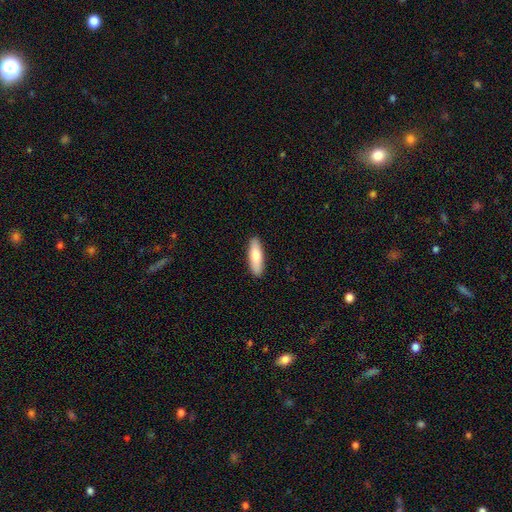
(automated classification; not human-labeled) Q: Smooth or featured?
A: smooth (77%); runner-up: featured or disk (17%)
Q: How rounded?
A: cigar-shaped (51%); runner-up: in between (48%)
Q: Merging?
A: none (90%); runner-up: minor disturbance (7%)